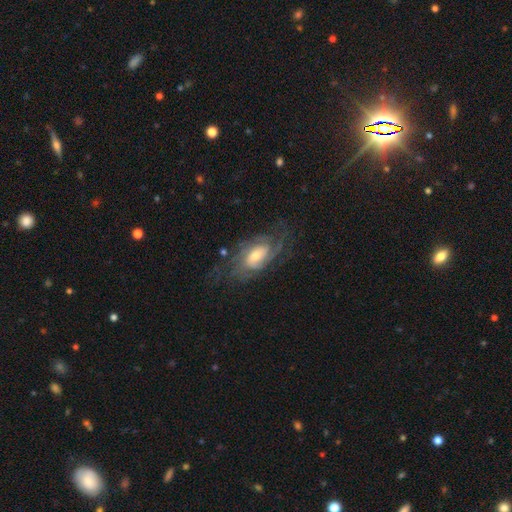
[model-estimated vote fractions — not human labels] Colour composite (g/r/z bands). It shows a featured or disk galaxy (81%) with no bar (53%), tight (48%) spiral arms (93%) and a moderate central bulge (55%). Merging: none (64%).